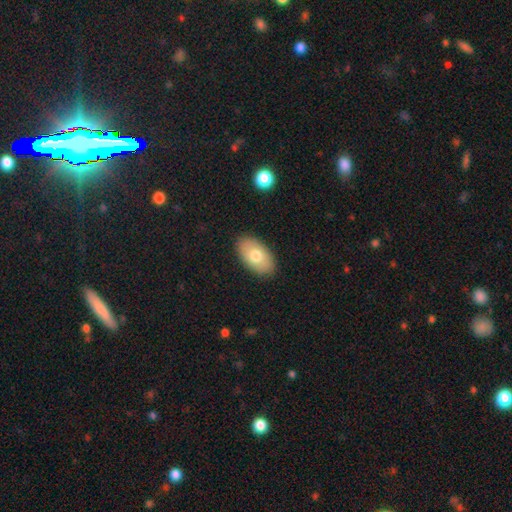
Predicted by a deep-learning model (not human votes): Smooth or featured? Predicted: smooth (p=0.74). How rounded? Predicted: in between (p=0.94). Merging? Predicted: none (p=0.88).